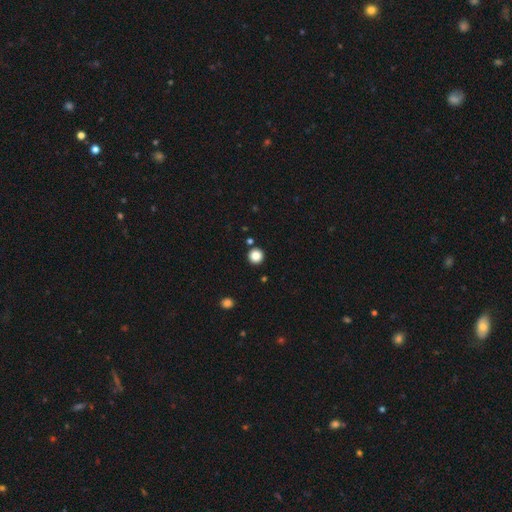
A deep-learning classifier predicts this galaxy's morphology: Q: Smooth or featured?
A: smooth (86%); runner-up: star or artifact (11%)
Q: How rounded?
A: round (96%); runner-up: in between (3%)
Q: Merging?
A: none (91%); runner-up: minor disturbance (5%)